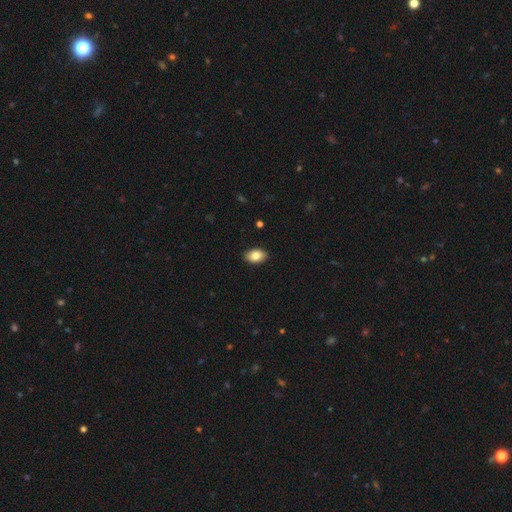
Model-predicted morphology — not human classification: Q: Smooth or featured?
A: smooth (84%); runner-up: featured or disk (9%)
Q: How rounded?
A: in between (90%); runner-up: round (9%)
Q: Merging?
A: none (90%); runner-up: minor disturbance (7%)